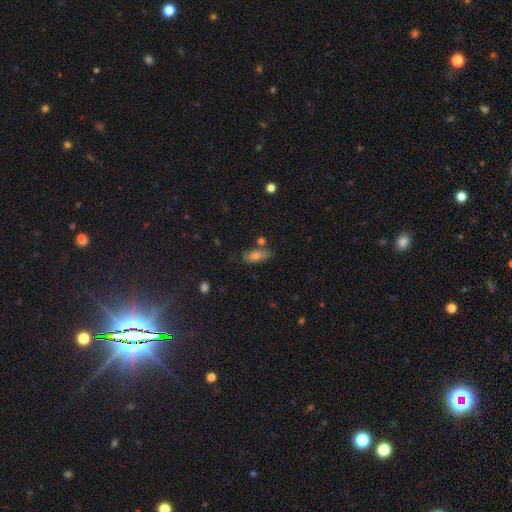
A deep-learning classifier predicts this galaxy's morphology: A smooth galaxy with no disk features (67%) that is in between round and cigar-shaped (78%). Merging: none (64%).